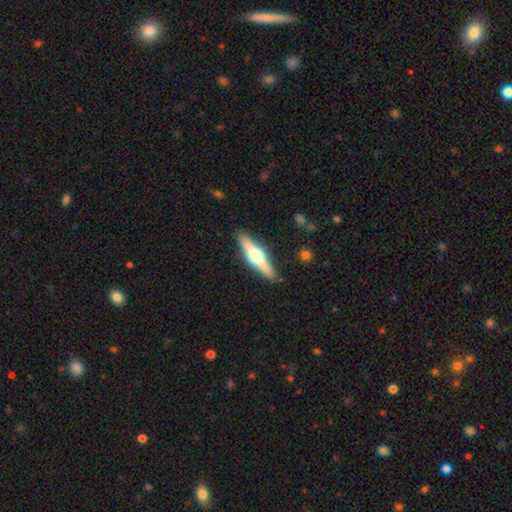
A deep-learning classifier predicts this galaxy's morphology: smooth_or_featured: featured or disk (p=0.65) [alt: smooth p=0.30]
disk_edge_on: yes (p=0.96) [alt: no p=0.04]
edge_on_bulge: rounded (p=0.95) [alt: boxy p=0.03]
merging: none (p=0.89) [alt: minor disturbance p=0.08]